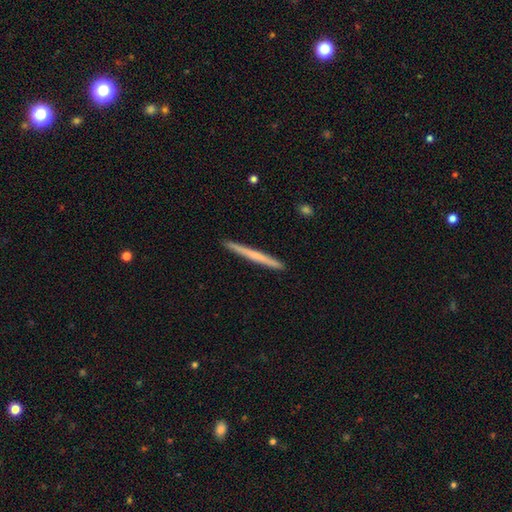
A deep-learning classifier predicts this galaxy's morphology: type=smooth (49%); merging=none (93%).